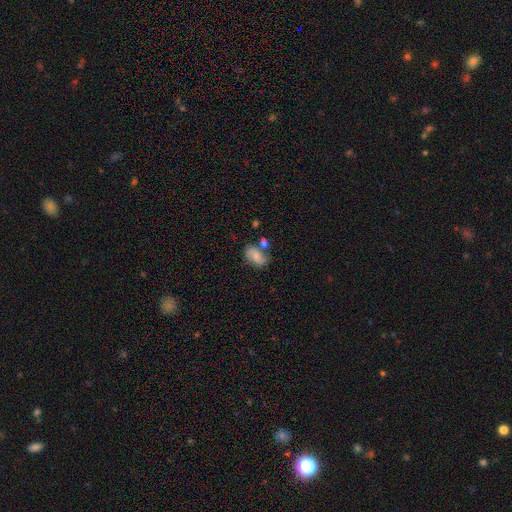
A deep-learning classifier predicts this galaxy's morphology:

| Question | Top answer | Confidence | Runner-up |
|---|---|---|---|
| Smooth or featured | smooth | 64% | featured or disk (27%) |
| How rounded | in between | 86% | round (12%) |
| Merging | none | 47% | minor disturbance (23%) |